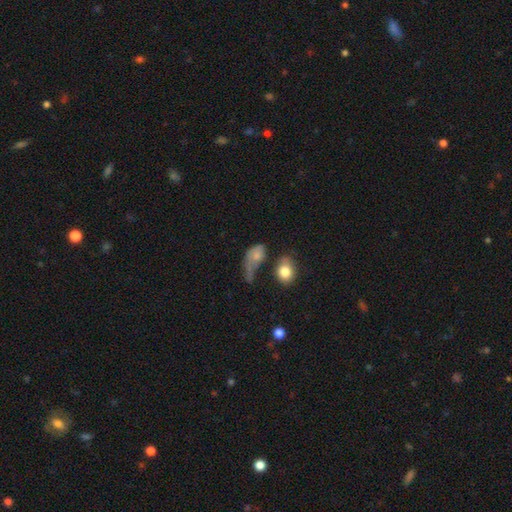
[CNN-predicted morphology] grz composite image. It shows a smooth galaxy with no disk features (69%) that is in between round and cigar-shaped (76%). Merging: major disturbance (41%).